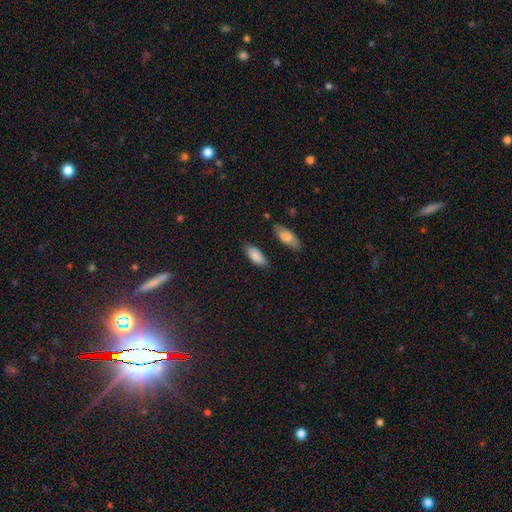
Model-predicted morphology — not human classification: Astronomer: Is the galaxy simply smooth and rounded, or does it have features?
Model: smooth — 86%.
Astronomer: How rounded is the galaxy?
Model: in between — 81%.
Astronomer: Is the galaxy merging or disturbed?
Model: none — 77%.